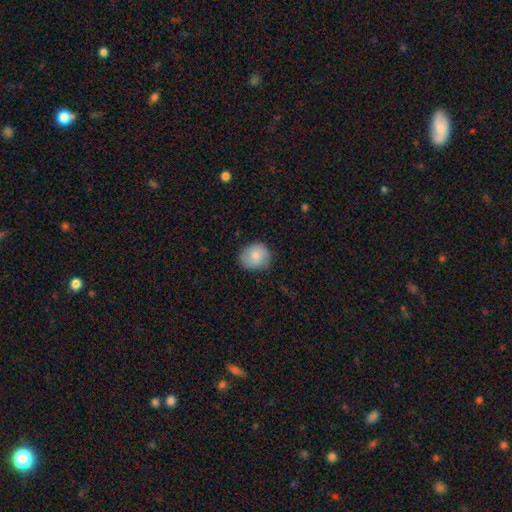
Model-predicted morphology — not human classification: This appears to be a smooth galaxy with no disk features (78%) that is round (78%). Merging: none (78%).